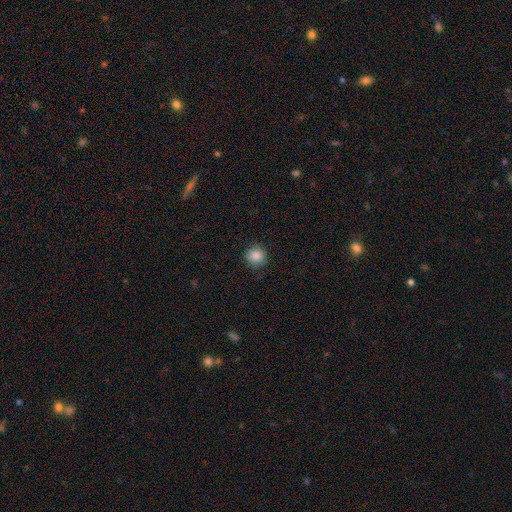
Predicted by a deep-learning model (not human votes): smooth 86%, star or artifact 9%, featured or disk 4%. Down the decision tree: how rounded — round (90%); merging — none (86%).